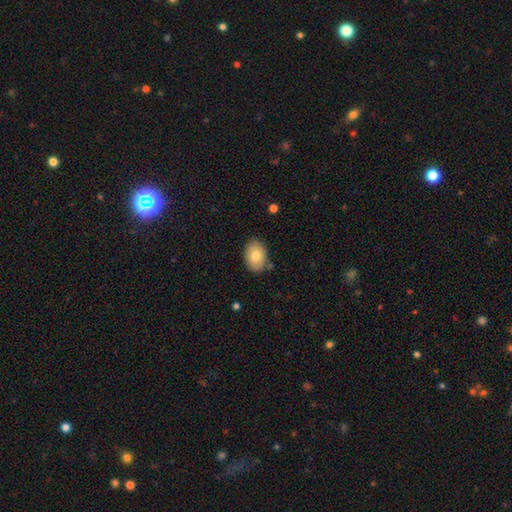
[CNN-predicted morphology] This appears to be a smooth galaxy with no disk features (80%) that is in between round and cigar-shaped (83%). Merging: none (83%).